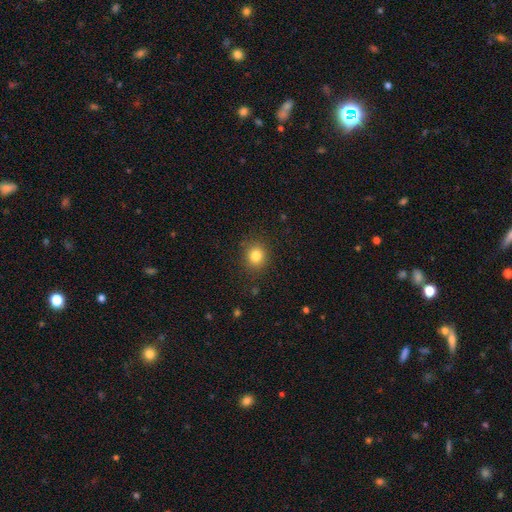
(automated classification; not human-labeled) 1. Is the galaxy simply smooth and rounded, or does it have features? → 82% smooth, 12% star or artifact, 6% featured or disk.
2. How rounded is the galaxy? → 82% round, 17% in between, 1% cigar-shaped.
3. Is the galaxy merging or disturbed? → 87% none, 9% minor disturbance, 3% major disturbance, 1% merger.